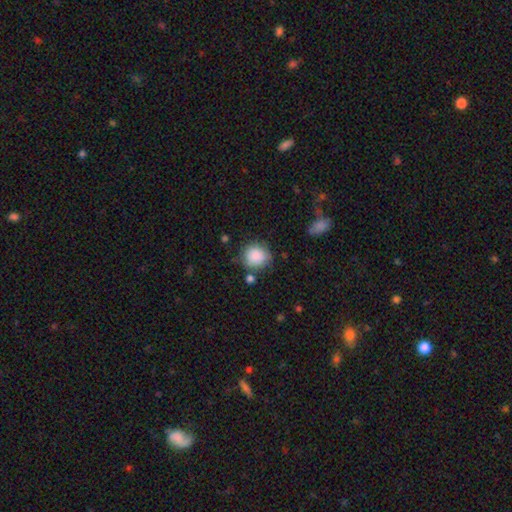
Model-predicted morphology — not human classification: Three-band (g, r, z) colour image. It shows a smooth galaxy with no disk features (86%) that is round (87%). Merging: none (72%).